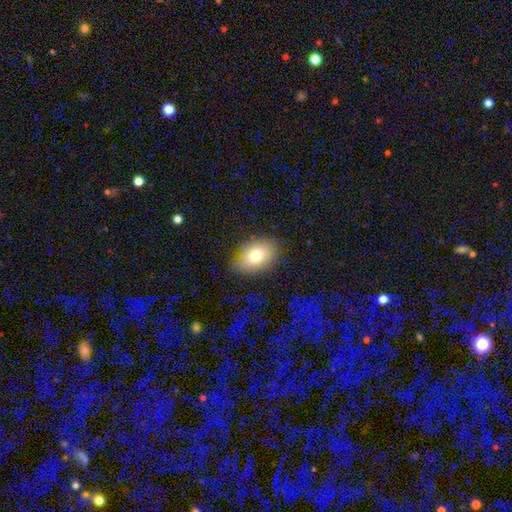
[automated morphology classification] Smooth or featured?
  - smooth: 75% *
  - featured or disk: 16%
  - star or artifact: 10%
How rounded?
  - in between: 77% *
  - round: 22%
  - cigar-shaped: 1%
Merging?
  - none: 73% *
  - minor disturbance: 19%
  - major disturbance: 6%
  - merger: 2%